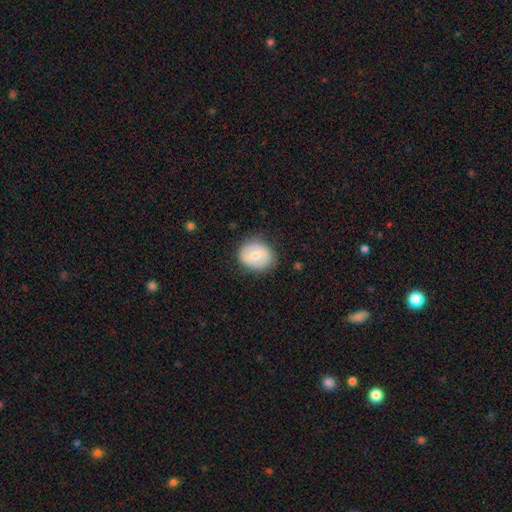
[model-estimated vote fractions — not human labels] Smooth or featured? Predicted: smooth (p=0.59). How rounded? Predicted: round (p=0.65). Merging? Predicted: none (p=0.80).